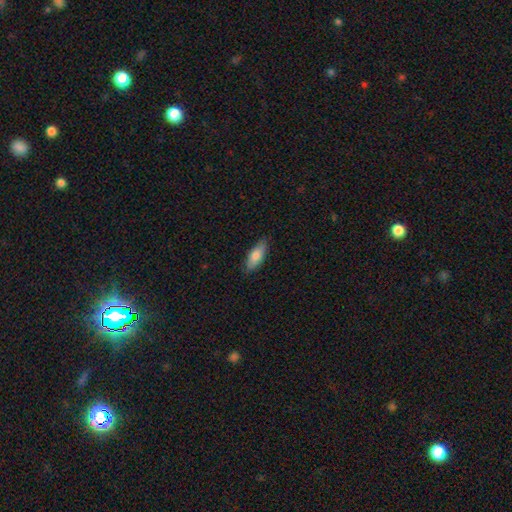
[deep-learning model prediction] This appears to be a smooth galaxy with no disk features (78%) that is in between round and cigar-shaped (73%). Merging: none (81%).